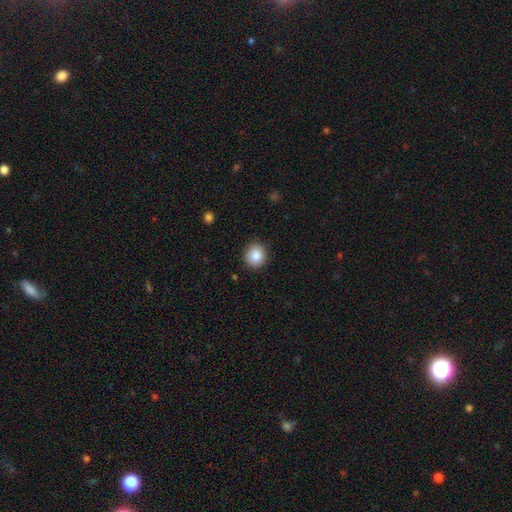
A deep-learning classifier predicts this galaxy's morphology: A smooth galaxy with no disk features (85%) that is round (82%). Merging: none (89%).